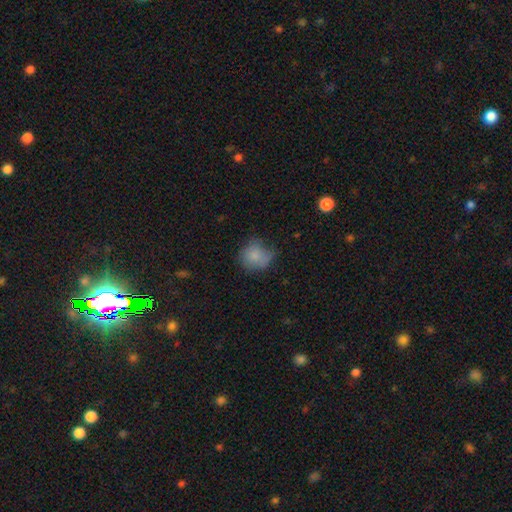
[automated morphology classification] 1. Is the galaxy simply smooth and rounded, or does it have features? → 80% smooth, 11% featured or disk, 9% star or artifact.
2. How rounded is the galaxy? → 79% round, 20% in between, 1% cigar-shaped.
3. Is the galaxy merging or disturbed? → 52% none, 32% minor disturbance, 13% major disturbance, 3% merger.